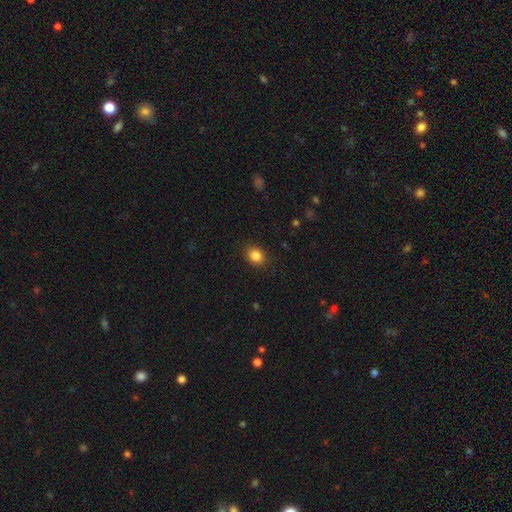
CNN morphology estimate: A smooth galaxy with no disk features (85%) that is round (53%).

Vote fractions:
- Smooth or featured? smooth: 85% / star or artifact: 10% / featured or disk: 5%
- How rounded? round: 53% / in between: 46% / cigar-shaped: 1%
- Merging? none: 88% / minor disturbance: 8% / major disturbance: 2% / merger: 1%